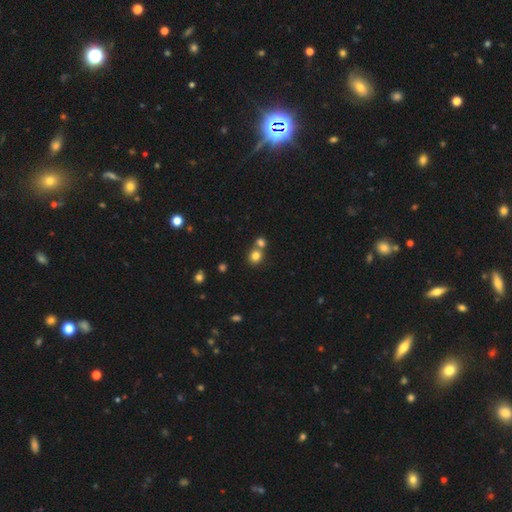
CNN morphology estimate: Overall: smooth (80%). How rounded: round (81%). Merging: none (55%; merger 36%).